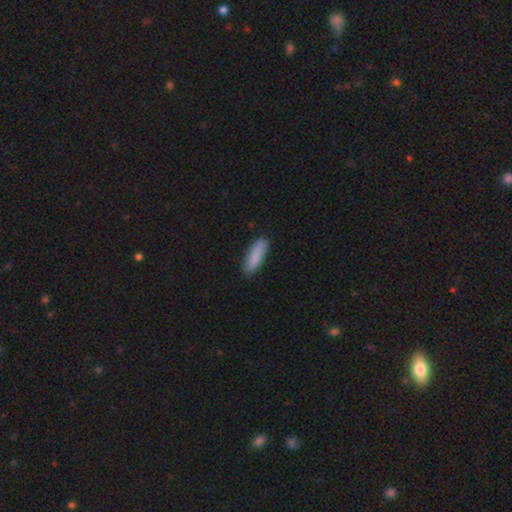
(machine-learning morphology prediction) This appears to be a smooth galaxy with no disk features (88%) that is cigar-shaped (54%). Merging: none (85%).